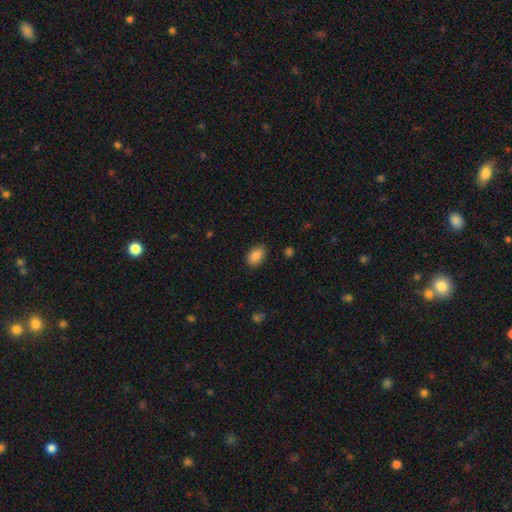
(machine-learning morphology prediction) Smooth or featured: smooth — 86% (star or artifact — 8%)
How rounded: in between — 86% (round — 12%)
Merging: none — 86% (minor disturbance — 10%)